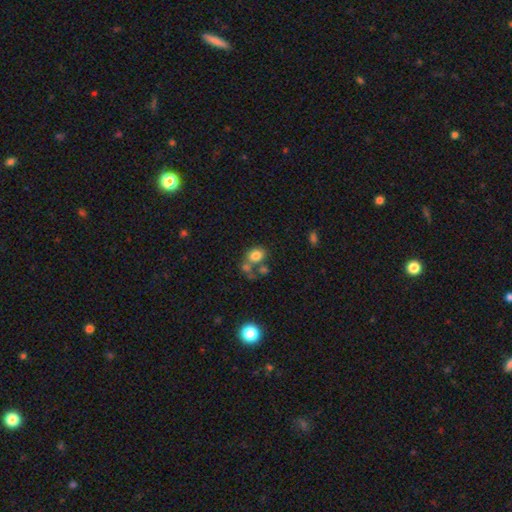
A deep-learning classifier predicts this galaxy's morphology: This appears to be a smooth galaxy with no disk features (78%) that is in between round and cigar-shaped (51%). Merging: none (52%).